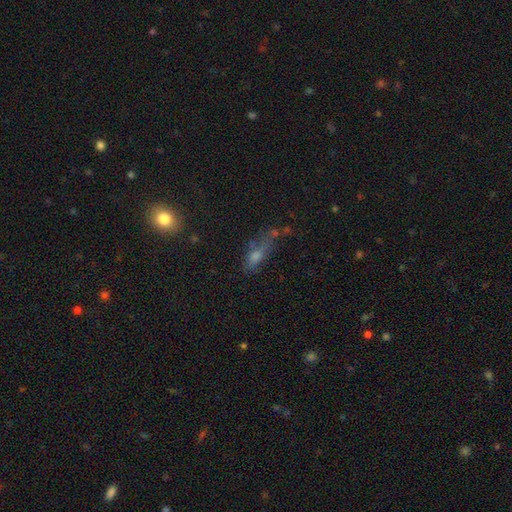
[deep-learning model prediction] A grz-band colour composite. It shows a smooth galaxy with no disk features (51%) that is in between round and cigar-shaped (51%). Merging: none (44%).